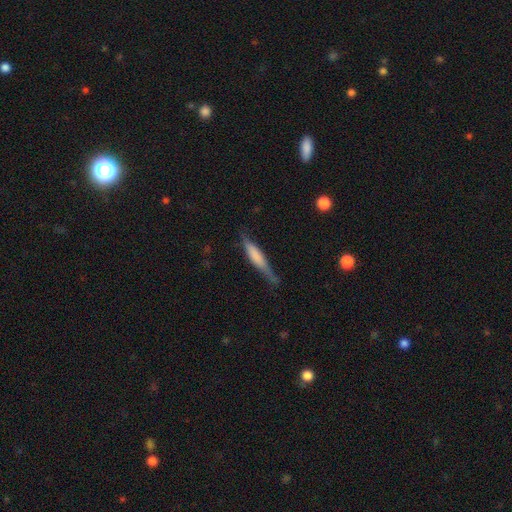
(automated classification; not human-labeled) A smooth galaxy with no disk features (55%) that is cigar-shaped (87%).

Vote fractions:
- Smooth or featured? smooth: 55% / featured or disk: 38% / star or artifact: 6%
- How rounded? cigar-shaped: 87% / in between: 12% / round: 2%
- Merging? none: 68% / minor disturbance: 24% / major disturbance: 6% / merger: 2%